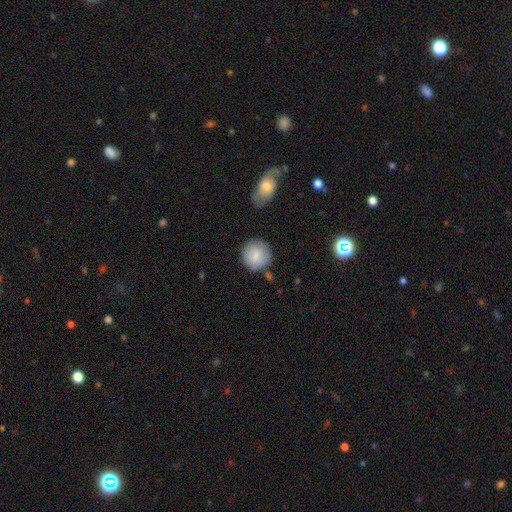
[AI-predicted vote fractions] smooth_or_featured: smooth (p=0.86) [alt: featured or disk p=0.08]
how_rounded: round (p=0.93) [alt: in between p=0.06]
merging: none (p=0.79) [alt: minor disturbance p=0.13]